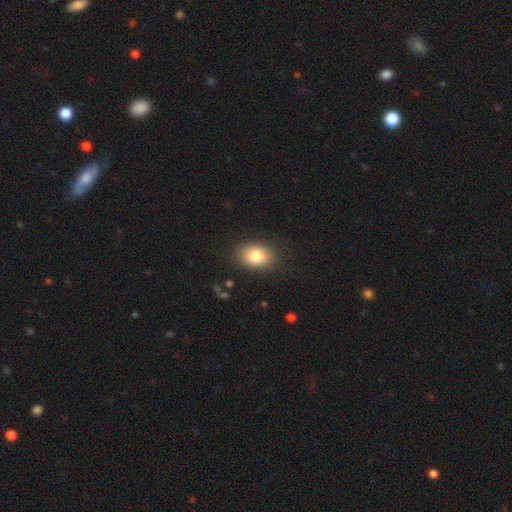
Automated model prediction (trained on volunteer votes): A smooth galaxy with no disk features (82%) that is in between round and cigar-shaped (74%).

Vote fractions:
- Smooth or featured? smooth: 82% / featured or disk: 9% / star or artifact: 8%
- How rounded? in between: 74% / round: 24% / cigar-shaped: 1%
- Merging? none: 86% / minor disturbance: 10% / major disturbance: 3% / merger: 1%